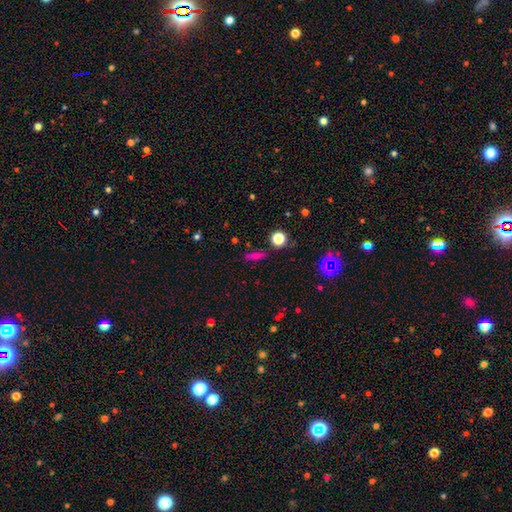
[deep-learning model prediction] This is likely a smooth galaxy (67%). How rounded: possibly cigar-shaped (60%). Merging: clearly none (84%).